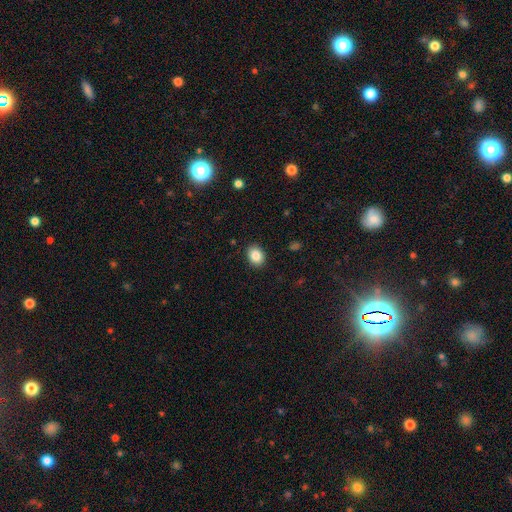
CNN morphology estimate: smooth_or_featured: smooth (p=0.86) [alt: star or artifact p=0.09]
how_rounded: in between (p=0.60) [alt: round p=0.39]
merging: none (p=0.89) [alt: minor disturbance p=0.08]